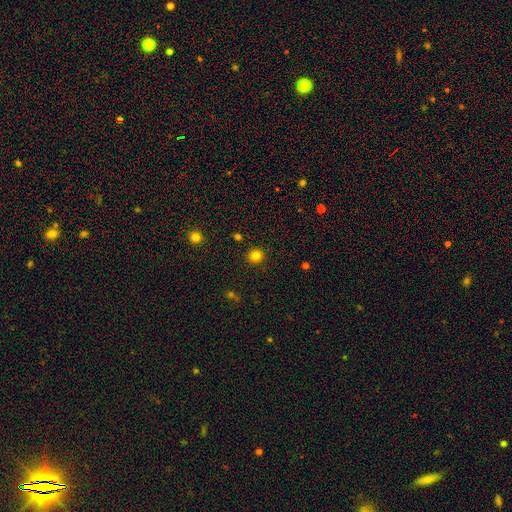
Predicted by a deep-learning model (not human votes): Smooth or featured: smooth — 81% (star or artifact — 14%)
How rounded: round — 93% (in between — 6%)
Merging: none — 91% (minor disturbance — 6%)